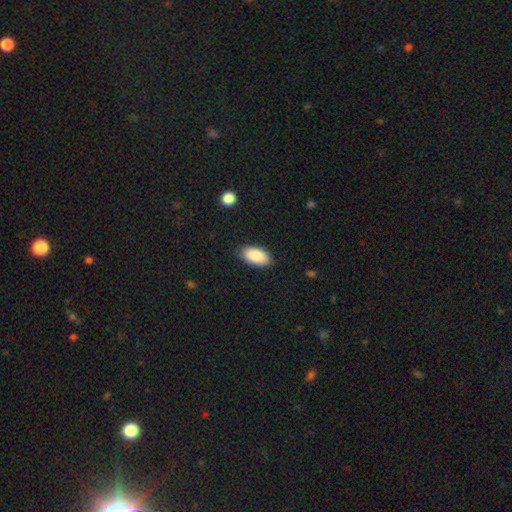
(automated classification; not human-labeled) Smooth or featured?
  - smooth: 89% *
  - star or artifact: 6%
  - featured or disk: 5%
How rounded?
  - in between: 95% *
  - cigar-shaped: 3%
  - round: 2%
Merging?
  - none: 85% *
  - minor disturbance: 11%
  - major disturbance: 2%
  - merger: 1%